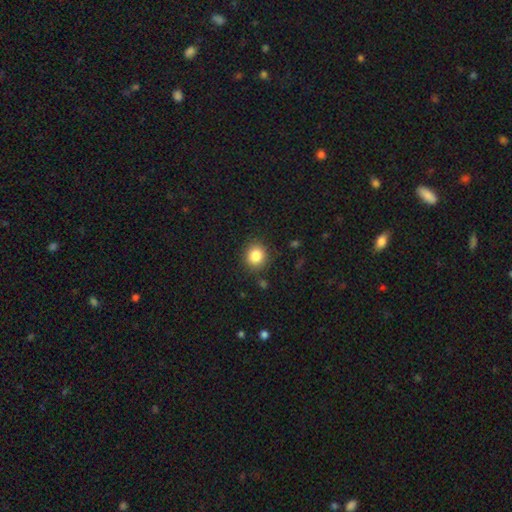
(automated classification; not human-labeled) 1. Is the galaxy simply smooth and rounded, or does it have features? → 84% smooth, 10% star or artifact, 6% featured or disk.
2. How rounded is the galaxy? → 84% round, 15% in between, 1% cigar-shaped.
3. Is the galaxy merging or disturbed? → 88% none, 8% minor disturbance, 3% major disturbance, 2% merger.